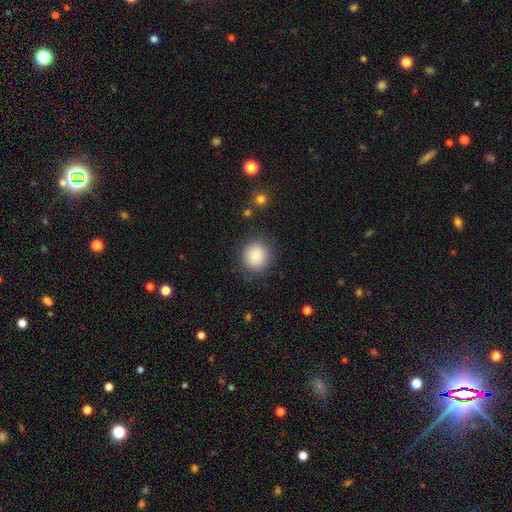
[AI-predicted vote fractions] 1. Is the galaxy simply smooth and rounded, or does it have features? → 86% smooth, 8% star or artifact, 5% featured or disk.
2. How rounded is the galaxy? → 88% round, 12% in between, 1% cigar-shaped.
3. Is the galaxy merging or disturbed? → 84% none, 11% minor disturbance, 4% major disturbance, 2% merger.